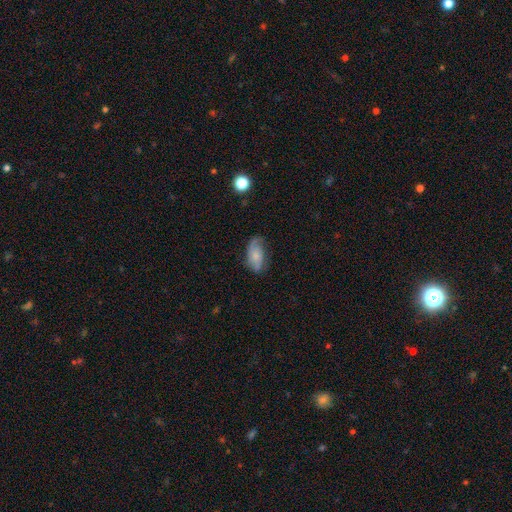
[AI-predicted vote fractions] The model was most divided on "smooth or featured": smooth: 50%, featured or disk: 42%, star or artifact: 8%. More confident: how rounded — in between (91%); merging — none (58%).